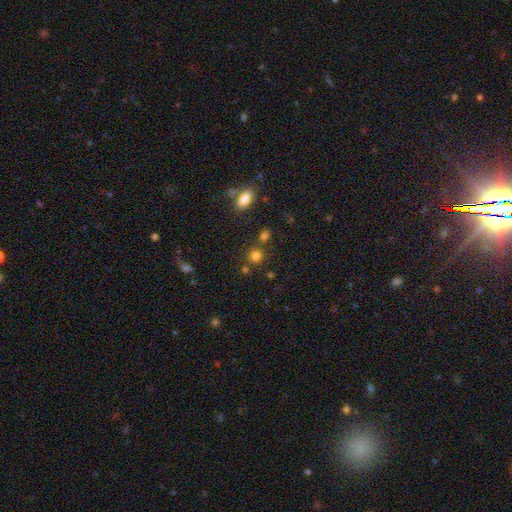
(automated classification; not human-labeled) Smooth or featured: smooth — 78% (star or artifact — 16%)
How rounded: round — 87% (in between — 12%)
Merging: none — 74% (merger — 14%)